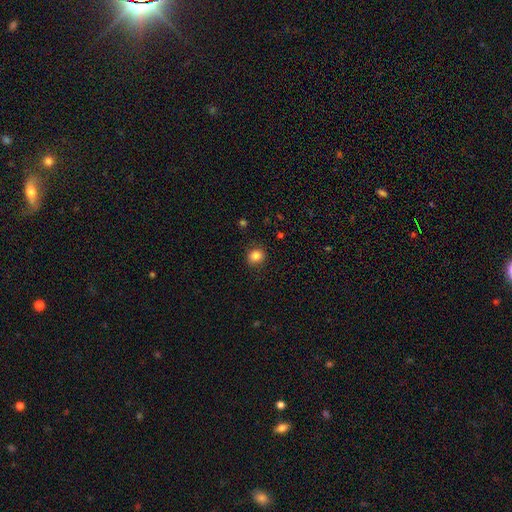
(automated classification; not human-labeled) Smooth or featured? smooth (84%)
How rounded? round (74%)
Merging? none (87%)